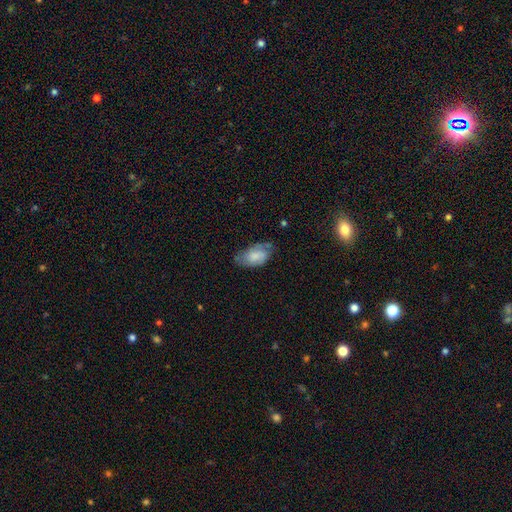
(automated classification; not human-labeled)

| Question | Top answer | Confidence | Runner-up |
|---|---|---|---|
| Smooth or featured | smooth | 56% | featured or disk (36%) |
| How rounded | in between | 93% | round (5%) |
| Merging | none | 55% | minor disturbance (33%) |